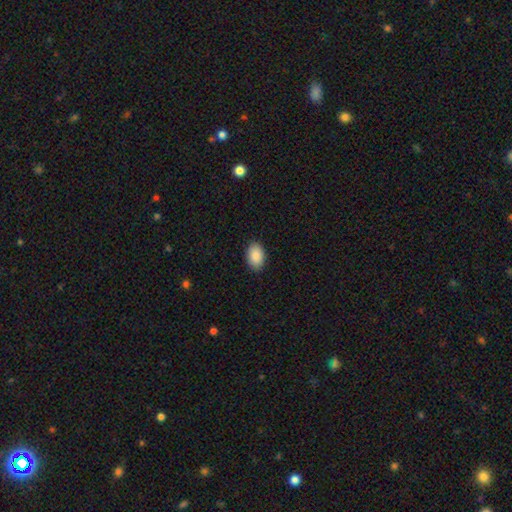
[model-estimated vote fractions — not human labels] Overall: smooth (90%). How rounded: in between (89%). Merging: none (90%).